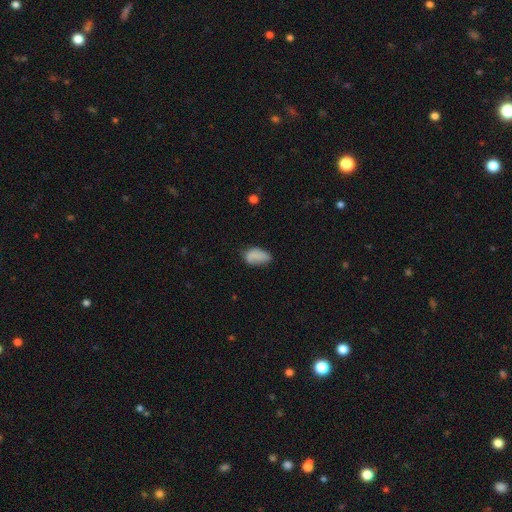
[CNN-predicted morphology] Smooth or featured? smooth (77%)
How rounded? in between (92%)
Merging? none (51%)